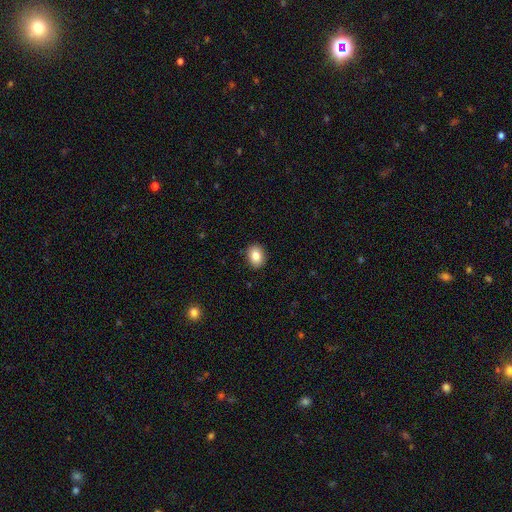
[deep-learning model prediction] A smooth galaxy with no disk features (84%) that is round (50%, tied with in between).

Vote fractions:
- Smooth or featured? smooth: 84% / star or artifact: 9% / featured or disk: 7%
- How rounded? round: 50% (tied) / in between: 50% (tied) / cigar-shaped: 1%
- Merging? none: 90% / minor disturbance: 7% / major disturbance: 2% / merger: 1%